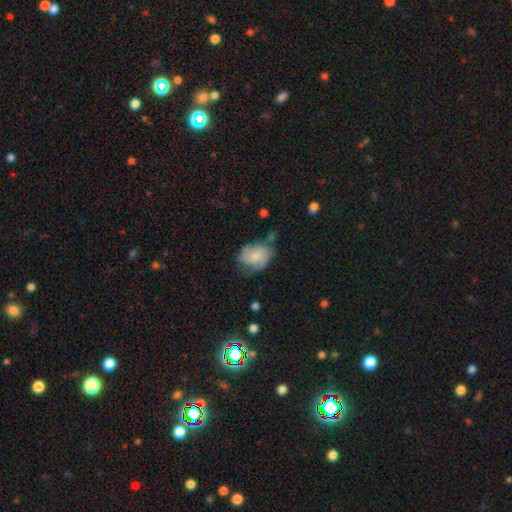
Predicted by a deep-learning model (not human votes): Morphology: type=smooth (48%); merging=none (54%).